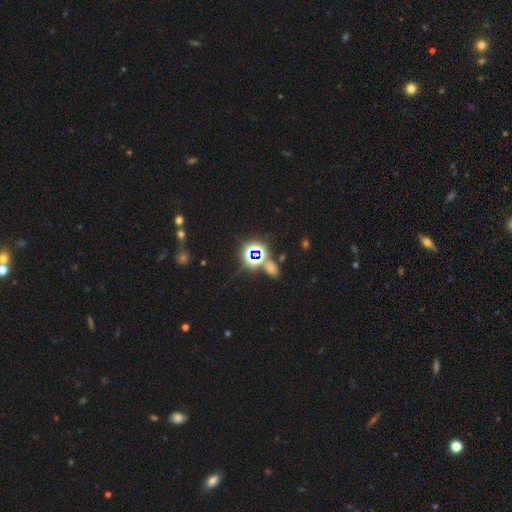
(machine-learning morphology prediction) This is likely a star or artifact rather than a galaxy (73%).